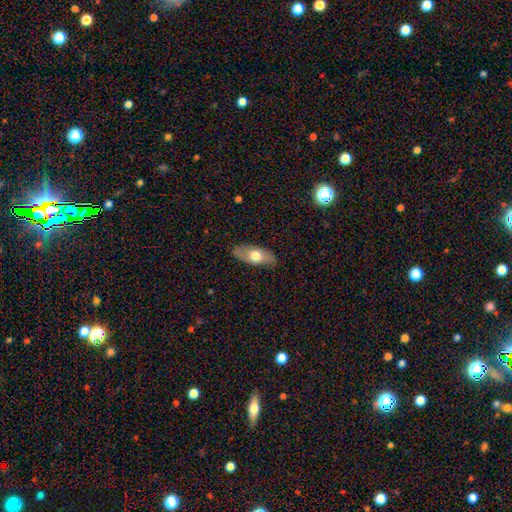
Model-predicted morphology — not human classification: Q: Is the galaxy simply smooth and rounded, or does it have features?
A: smooth — 63%.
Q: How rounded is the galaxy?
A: in between — 82%.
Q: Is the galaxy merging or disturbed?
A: none — 84%.